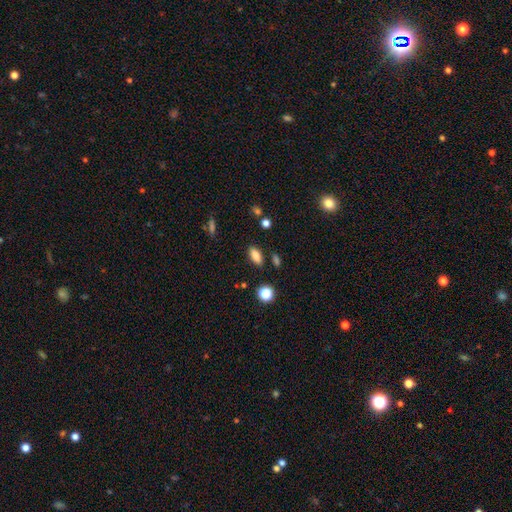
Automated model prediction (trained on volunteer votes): Morphology: type=smooth (81%); roundness=in between (80%); merging=none (84%).